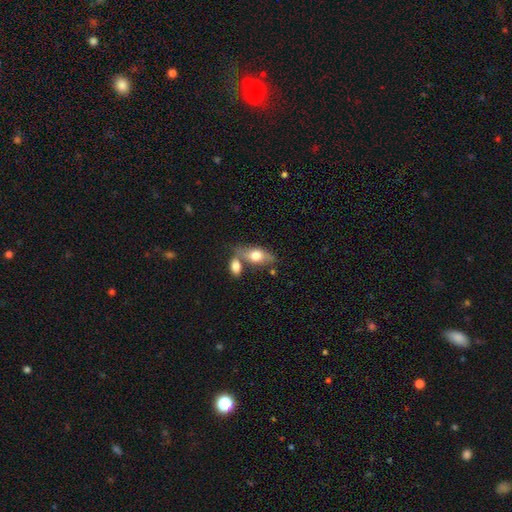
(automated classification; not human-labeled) A smooth galaxy with no disk features (65%) that is in between round and cigar-shaped (80%). Merging: none (51%).